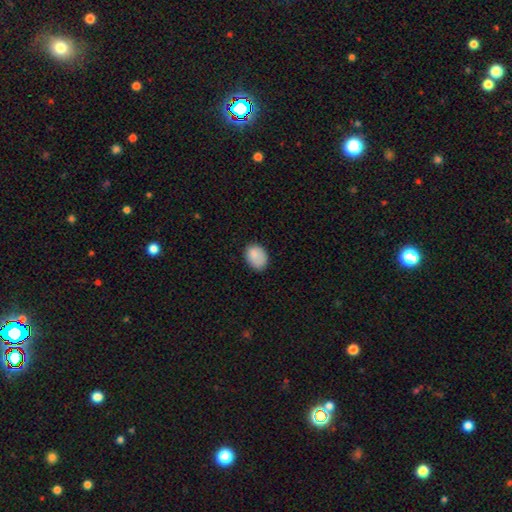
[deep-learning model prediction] smooth_or_featured: smooth (p=0.85) [alt: star or artifact p=0.08]
how_rounded: in between (p=0.72) [alt: round p=0.27]
merging: none (p=0.70) [alt: minor disturbance p=0.23]